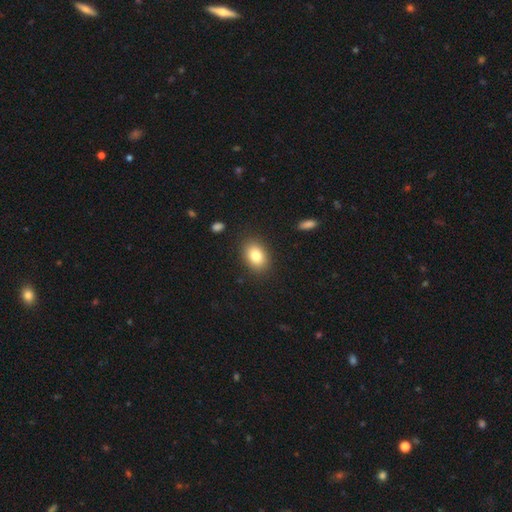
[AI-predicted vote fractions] Morphology: type=smooth (82%); roundness=in between (76%); merging=none (87%).